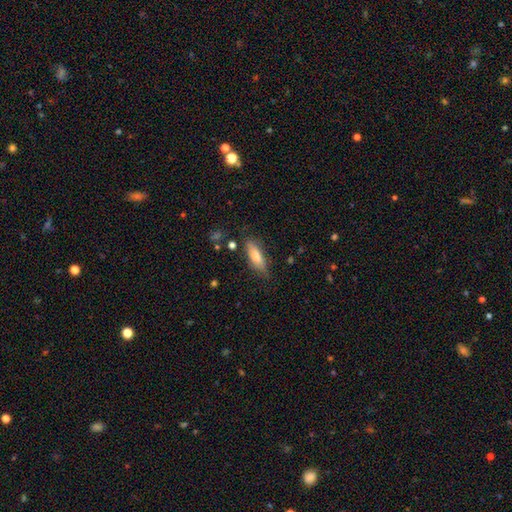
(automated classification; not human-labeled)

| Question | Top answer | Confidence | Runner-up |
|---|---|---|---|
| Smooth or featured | smooth | 70% | featured or disk (23%) |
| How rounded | in between | 52% | cigar-shaped (46%) |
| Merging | none | 76% | minor disturbance (17%) |